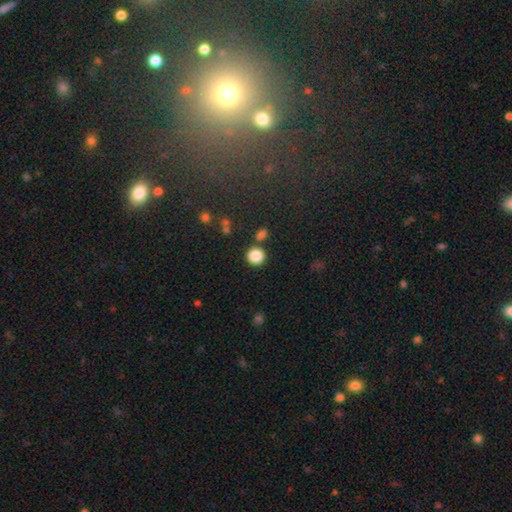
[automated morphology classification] Overall: smooth (86%). How rounded: round (91%). Merging: none (80%).